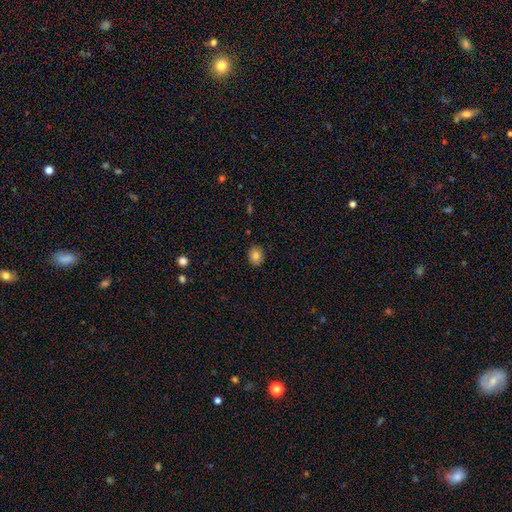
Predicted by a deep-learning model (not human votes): This appears to be a smooth galaxy with no disk features (81%) that is round (55%). Merging: none (85%).